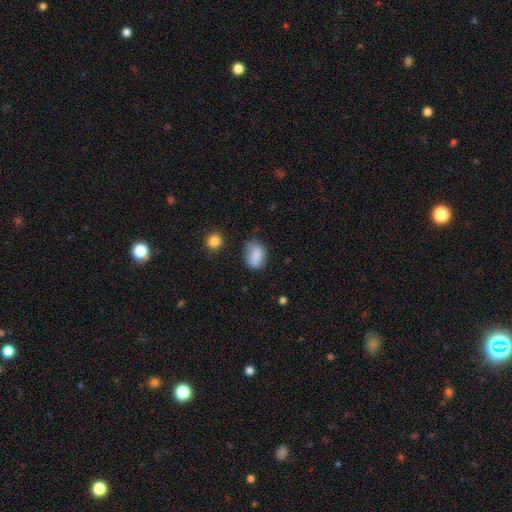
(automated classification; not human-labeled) This is clearly a smooth galaxy (82%). How rounded: likely in between (79%). Merging: likely none (66%).